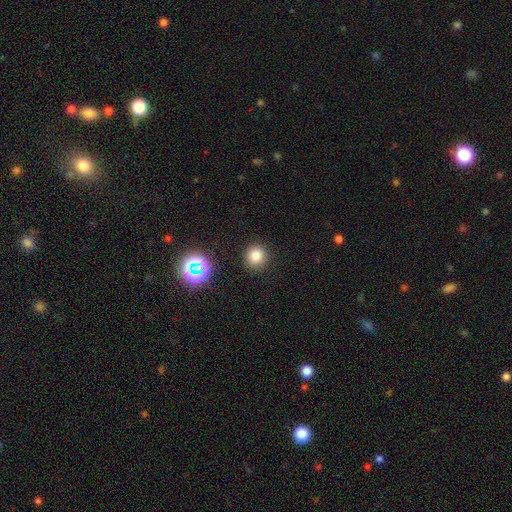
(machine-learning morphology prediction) A smooth galaxy with no disk features (79%) that is round (89%). Merging: none (89%).